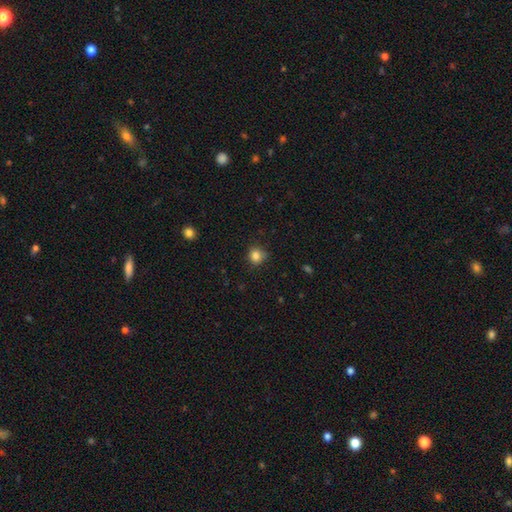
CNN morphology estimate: Smooth or featured? Predicted: smooth (p=0.84). How rounded? Predicted: round (p=0.87). Merging? Predicted: none (p=0.79).